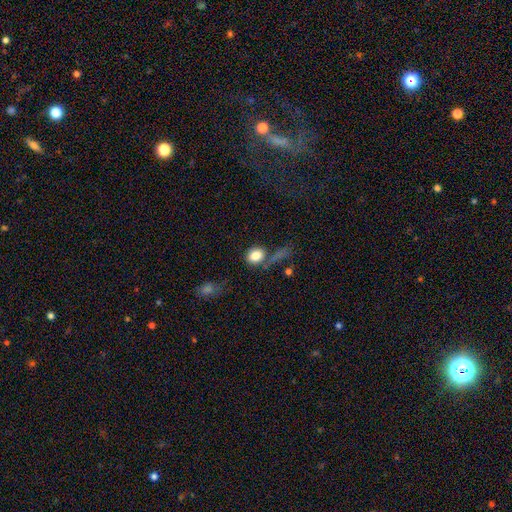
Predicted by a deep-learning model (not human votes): Smooth or featured: smooth — 82% (star or artifact — 9%)
How rounded: round — 54% (in between — 44%)
Merging: none — 58% (minor disturbance — 18%)